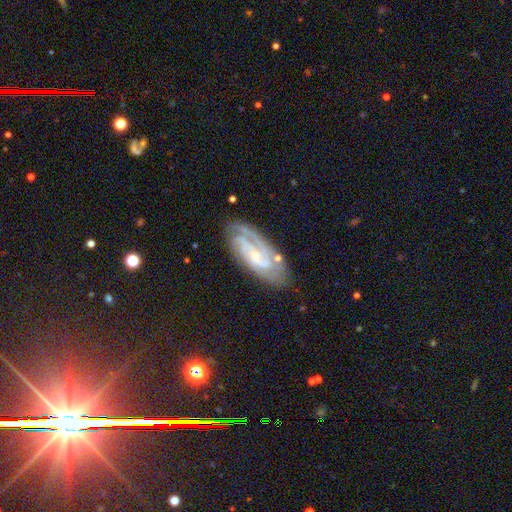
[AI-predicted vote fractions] This appears to be a featured or disk galaxy (85%) with no bar (48%), 2 (41%) tight (61%) spiral arms (97%) and a small central bulge (75%). Merging: none (76%).